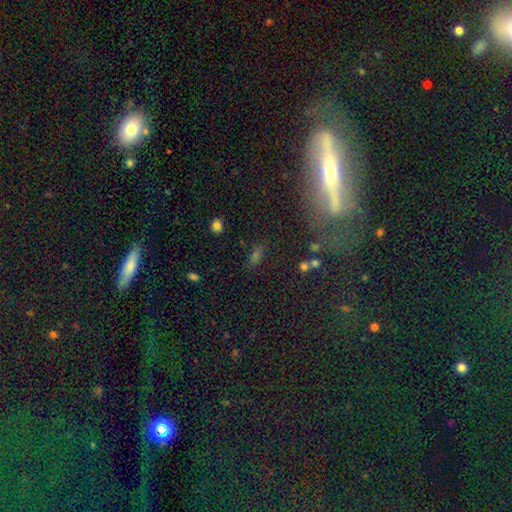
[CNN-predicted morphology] Smooth or featured?
  - smooth: 45% *
  - star or artifact: 32%
  - featured or disk: 23%
Merging?
  - none: 69% *
  - minor disturbance: 14%
  - major disturbance: 9%
  - merger: 8%